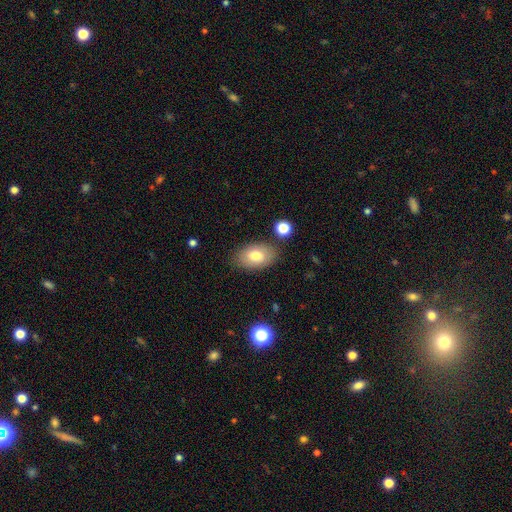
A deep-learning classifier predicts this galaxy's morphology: smooth-or-featured: smooth: 76% | featured or disk: 16% | star or artifact: 8%
  how-rounded: in between: 90% | round: 9% | cigar-shaped: 1%
  merging: none: 81% | minor disturbance: 12% | merger: 4% | major disturbance: 3%